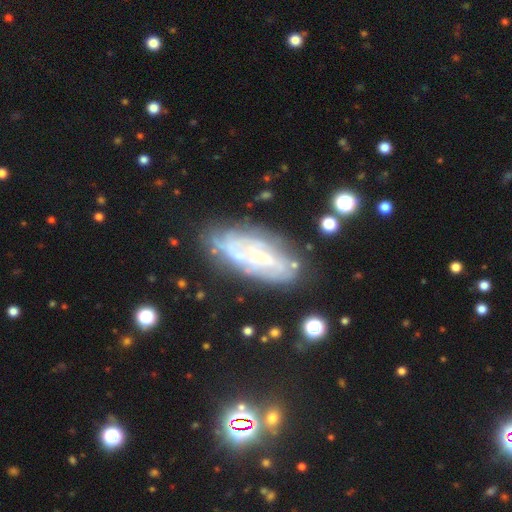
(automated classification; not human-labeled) smooth-or-featured: featured or disk: 76% | smooth: 16% | star or artifact: 9%
  disk-edge-on: no: 88% | yes: 12%
    bar: no: 71% | weak: 22% | strong: 7%
    has-spiral-arms: yes: 79% | no: 21%
      spiral-winding: tight: 64% | medium: 27% | loose: 9%
      spiral-arm-count: can't tell: 56% | 2: 18% | 3: 10% | 4: 7% | more than 4: 5% | 1: 4%
    bulge-size: small: 75% | moderate: 18% | none: 3% | large: 2% | dominant: 1%
  merging: none: 72% | minor disturbance: 18% | major disturbance: 7% | merger: 3%